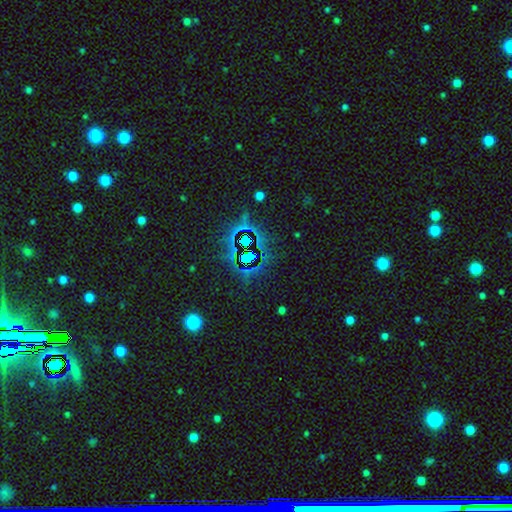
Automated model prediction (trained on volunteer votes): Overall: star or artifact (77%).